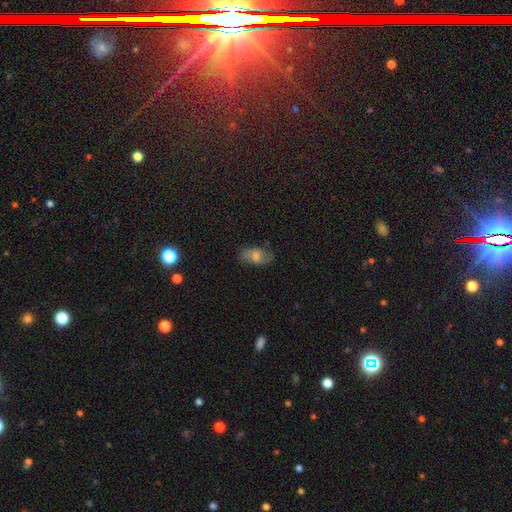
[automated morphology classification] This is marginally a featured or disk galaxy (45%). Merging: likely none (75%).